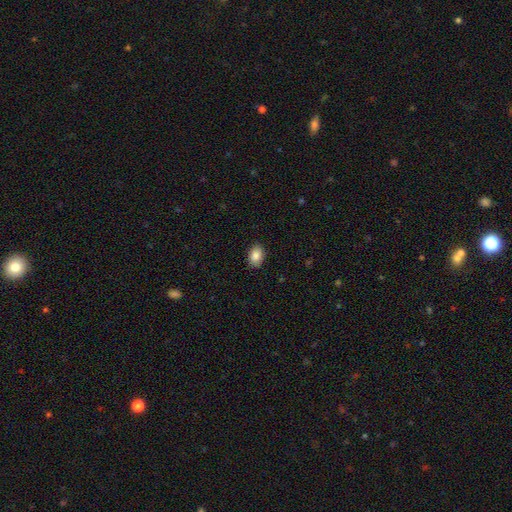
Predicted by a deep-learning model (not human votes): This appears to be a smooth galaxy with no disk features (88%) that is in between round and cigar-shaped (84%). Merging: none (88%).